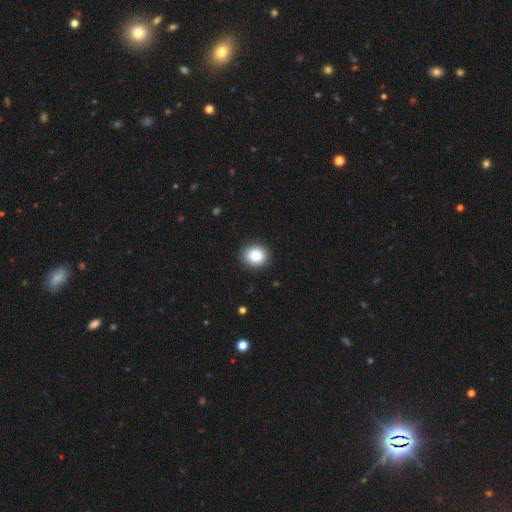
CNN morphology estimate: Q: Smooth or featured?
A: smooth (83%); runner-up: star or artifact (9%)
Q: How rounded?
A: round (75%); runner-up: in between (25%)
Q: Merging?
A: none (91%); runner-up: minor disturbance (6%)